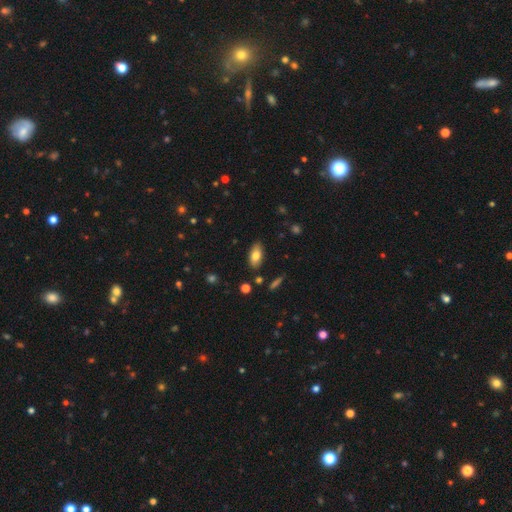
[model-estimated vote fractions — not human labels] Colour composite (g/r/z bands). It shows a smooth galaxy with no disk features (78%) that is in between round and cigar-shaped (90%). Merging: none (84%).